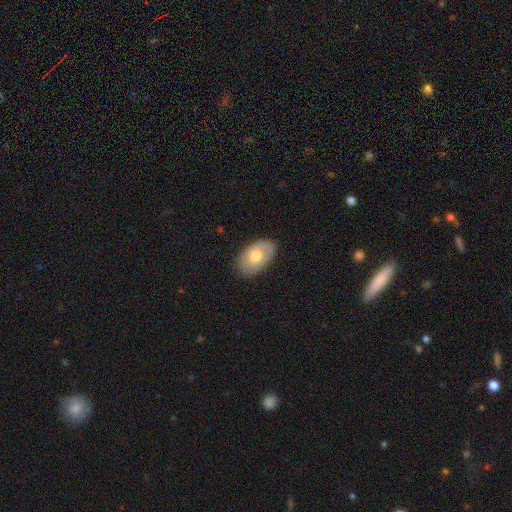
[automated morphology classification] This appears to be a smooth galaxy with no disk features (65%) that is in between round and cigar-shaped (91%). Merging: none (80%).